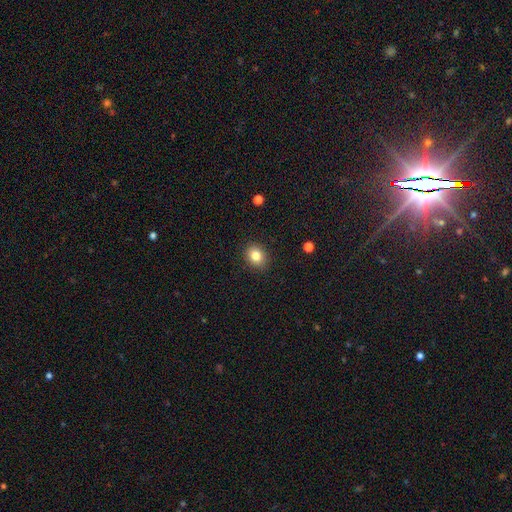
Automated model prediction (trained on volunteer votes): This appears to be a smooth galaxy with no disk features (83%) that is round (57%). Merging: none (89%).